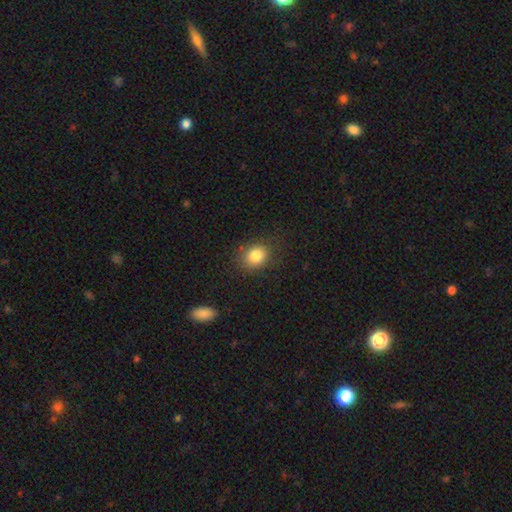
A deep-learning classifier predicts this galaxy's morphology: Smooth or featured?
  - smooth: 83% *
  - star or artifact: 10%
  - featured or disk: 7%
How rounded?
  - round: 52% *
  - in between: 47%
  - cigar-shaped: 1%
Merging?
  - none: 81% *
  - minor disturbance: 13%
  - major disturbance: 5%
  - merger: 1%